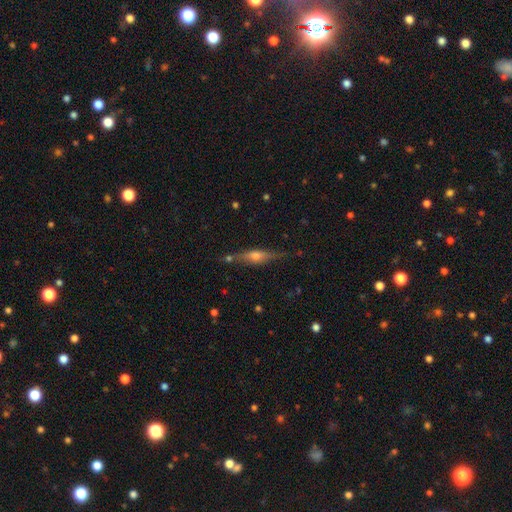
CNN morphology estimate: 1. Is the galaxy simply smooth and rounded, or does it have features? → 67% featured or disk, 25% smooth, 8% star or artifact.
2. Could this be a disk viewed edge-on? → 94% yes, 6% no.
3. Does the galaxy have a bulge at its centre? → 87% rounded, 9% boxy, 5% none.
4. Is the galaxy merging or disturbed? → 80% none, 13% minor disturbance, 4% merger, 3% major disturbance.